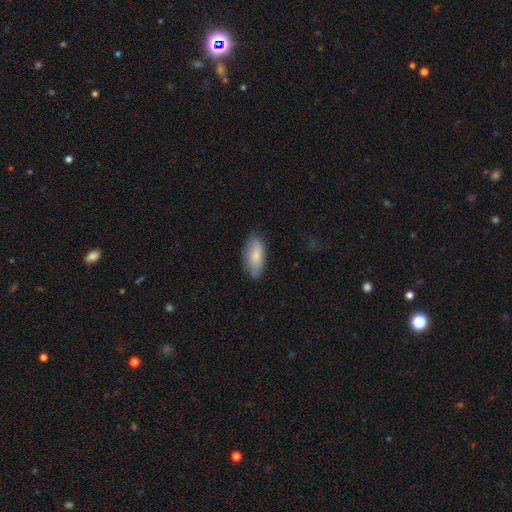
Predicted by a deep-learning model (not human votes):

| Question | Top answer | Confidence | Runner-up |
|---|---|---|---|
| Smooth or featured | smooth | 80% | featured or disk (14%) |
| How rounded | in between | 85% | cigar-shaped (13%) |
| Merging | none | 78% | minor disturbance (18%) |